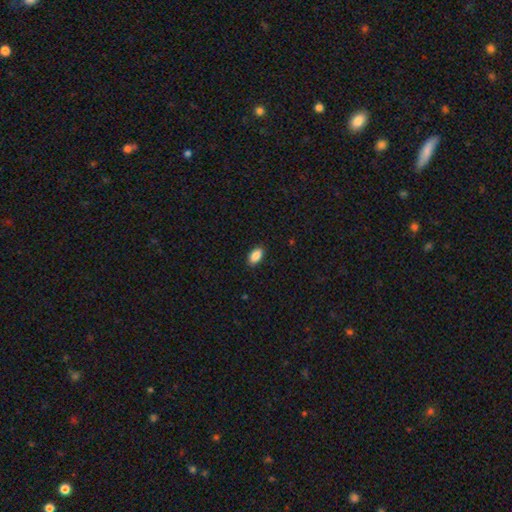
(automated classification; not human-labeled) A smooth galaxy with no disk features (89%) that is in between round and cigar-shaped (93%). Merging: none (89%).